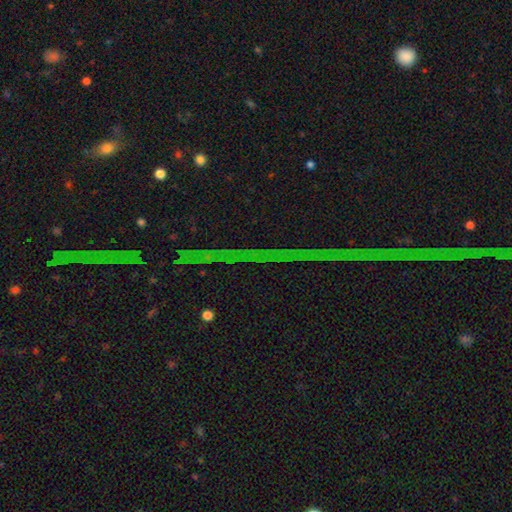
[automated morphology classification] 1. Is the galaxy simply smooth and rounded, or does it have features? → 83% star or artifact, 10% featured or disk, 7% smooth.